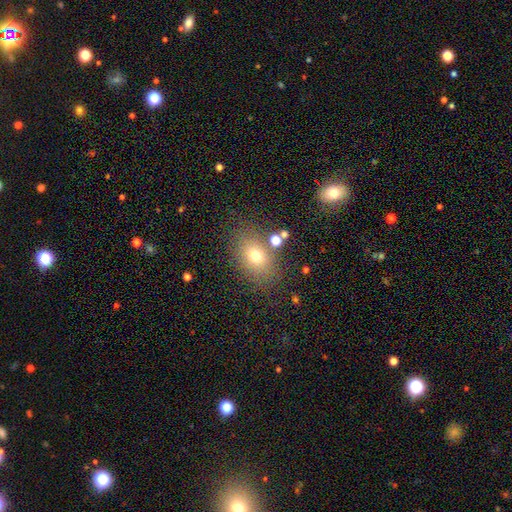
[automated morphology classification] This appears to be a smooth galaxy with no disk features (69%) that is in between round and cigar-shaped (69%). Merging: none (74%).